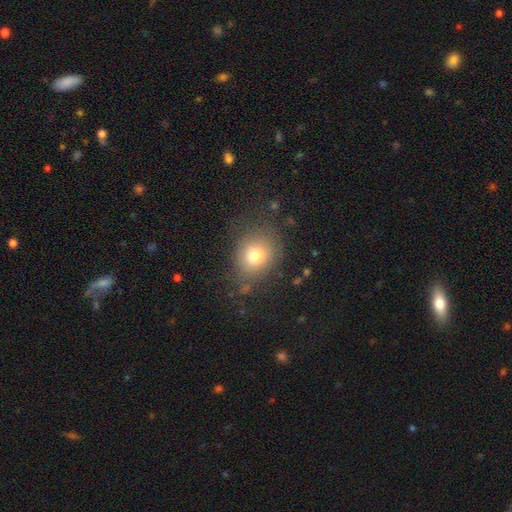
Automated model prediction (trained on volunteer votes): smooth-or-featured: smooth: 75% | star or artifact: 13% | featured or disk: 12%
  how-rounded: round: 63% | in between: 36% | cigar-shaped: 1%
  merging: none: 74% | minor disturbance: 16% | major disturbance: 8% | merger: 2%